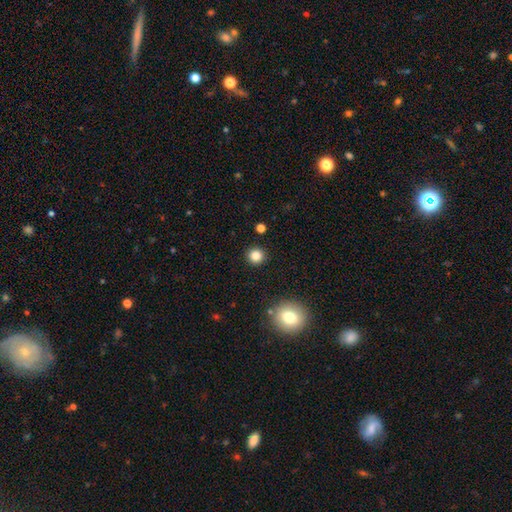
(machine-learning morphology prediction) smooth-or-featured: smooth: 84% | star or artifact: 12% | featured or disk: 4%
  how-rounded: round: 93% | in between: 6% | cigar-shaped: 1%
  merging: none: 91% | minor disturbance: 5% | major disturbance: 2% | merger: 2%